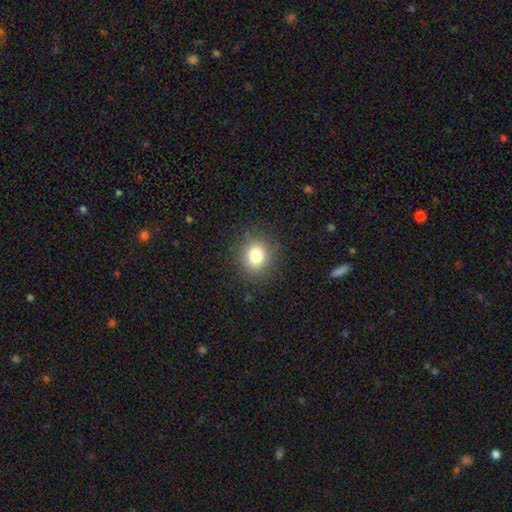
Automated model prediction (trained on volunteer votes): Smooth or featured? smooth (80%)
How rounded? round (81%)
Merging? none (86%)